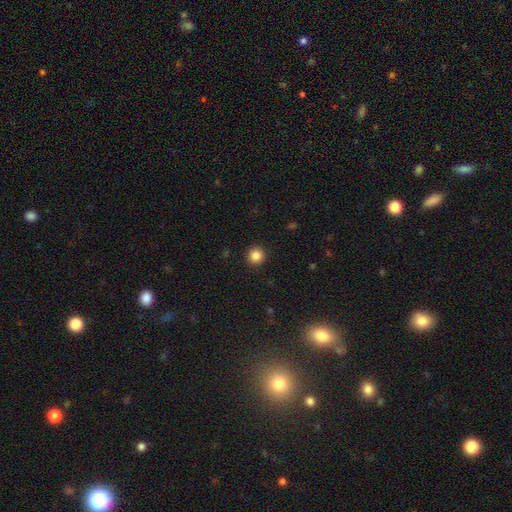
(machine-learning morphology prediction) type=smooth (86%); roundness=round (95%); merging=none (93%).